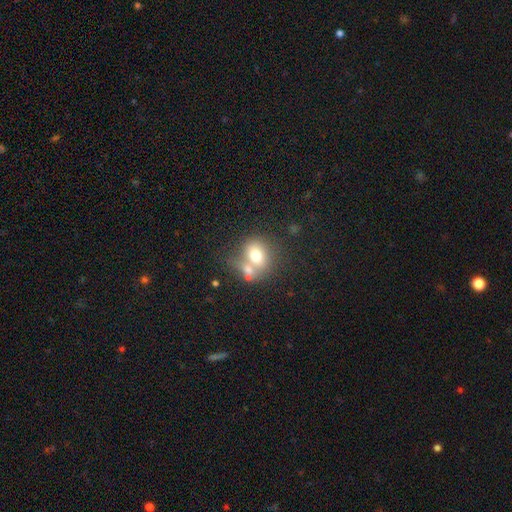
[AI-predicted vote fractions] Smooth or featured? smooth (69%)
How rounded? round (58%)
Merging? merger (45%)